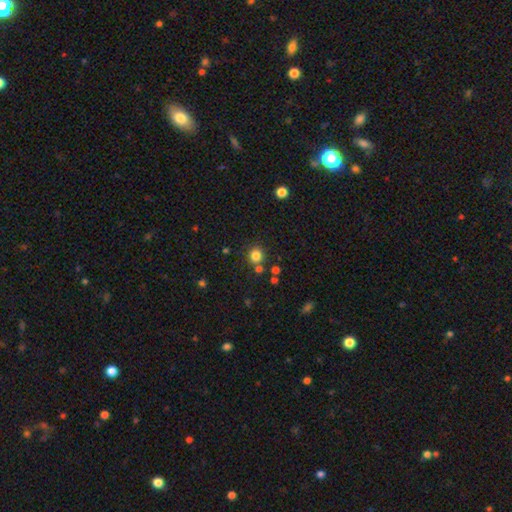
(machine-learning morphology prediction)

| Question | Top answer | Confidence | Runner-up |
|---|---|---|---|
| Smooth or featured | smooth | 82% | star or artifact (13%) |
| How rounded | round | 88% | in between (11%) |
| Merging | none | 80% | merger (9%) |